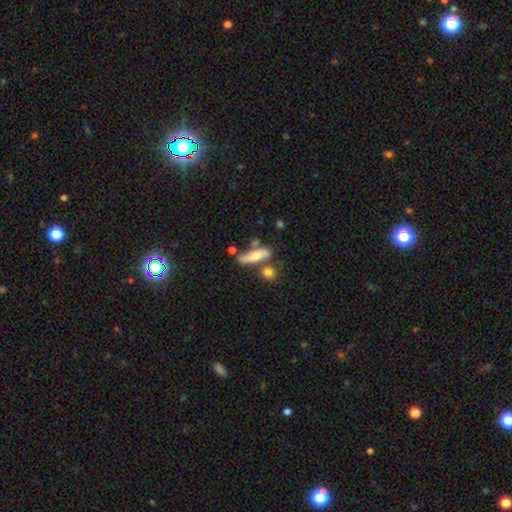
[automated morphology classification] smooth 59%, featured or disk 34%, star or artifact 7%. Down the decision tree: how rounded — in between (50%); merging — none (49%).